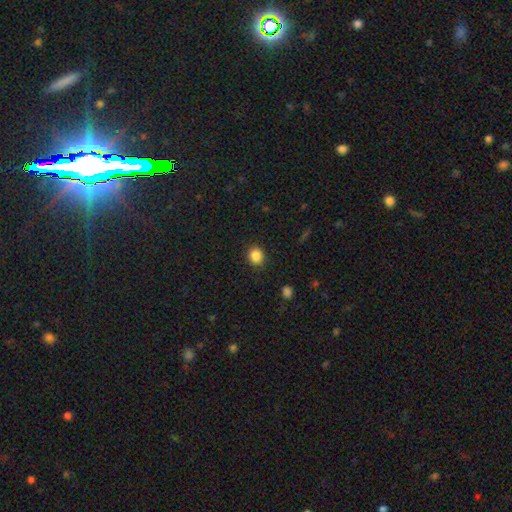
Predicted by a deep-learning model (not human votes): smooth 86%, star or artifact 10%, featured or disk 4%. Down the decision tree: how rounded — round (76%); merging — none (89%).